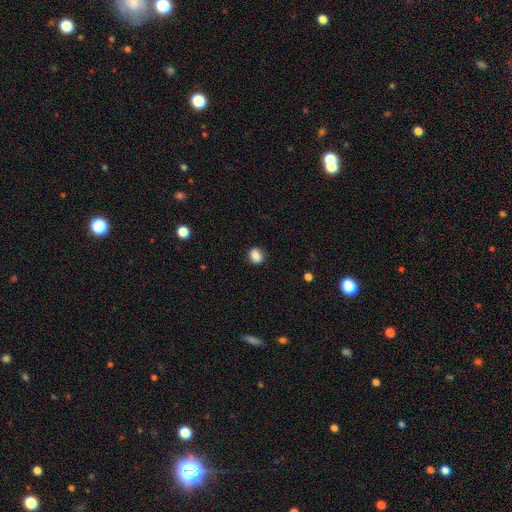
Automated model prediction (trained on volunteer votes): Smooth or featured? Predicted: smooth (p=0.86). How rounded? Predicted: round (p=0.54). Merging? Predicted: none (p=0.87).